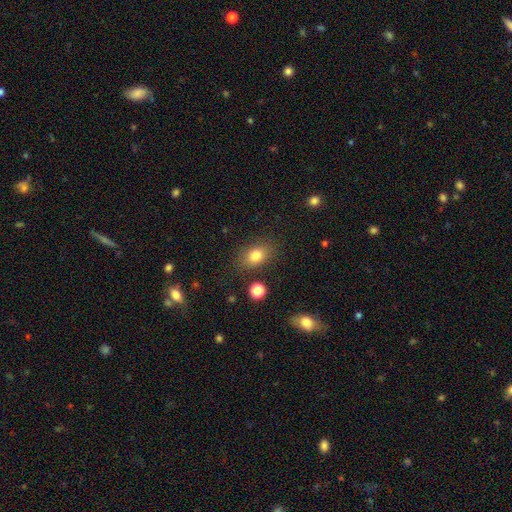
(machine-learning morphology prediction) smooth-or-featured: smooth: 80% | star or artifact: 11% | featured or disk: 9%
  how-rounded: in between: 70% | round: 28% | cigar-shaped: 2%
  merging: none: 82% | minor disturbance: 12% | major disturbance: 4% | merger: 3%